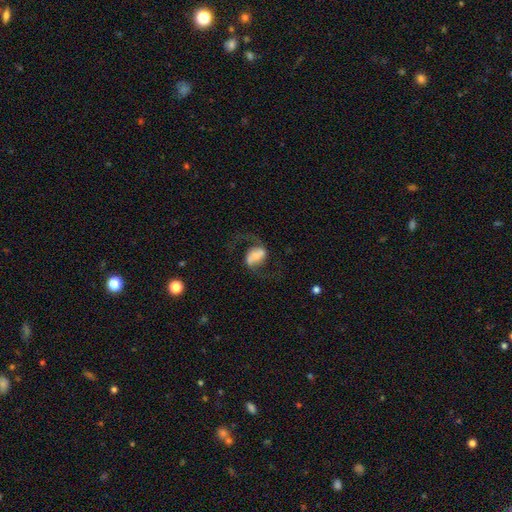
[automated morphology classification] Smooth or featured? Predicted: featured or disk (p=0.72). Edge-on disk? Predicted: no (p=0.97). Bar? Predicted: no (p=0.38). Spiral arms? Predicted: yes (p=0.92). Spiral winding? Predicted: loose (p=0.63). Spiral arm count? Predicted: 2 (p=0.92). Bulge size? Predicted: small (p=0.41). Merging? Predicted: none (p=0.60).